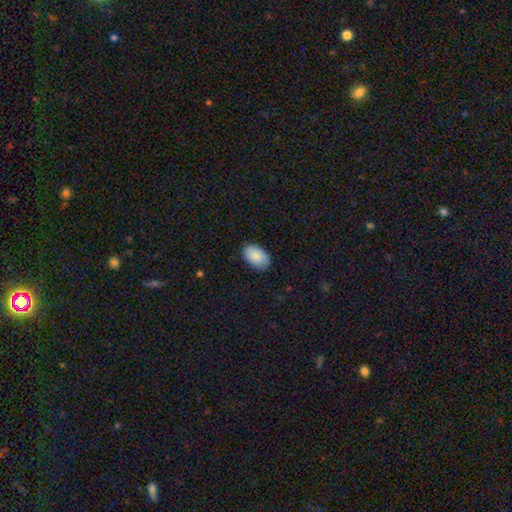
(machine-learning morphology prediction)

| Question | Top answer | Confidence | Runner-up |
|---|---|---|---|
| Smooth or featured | smooth | 88% | star or artifact (6%) |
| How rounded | in between | 92% | round (7%) |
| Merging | none | 84% | minor disturbance (12%) |